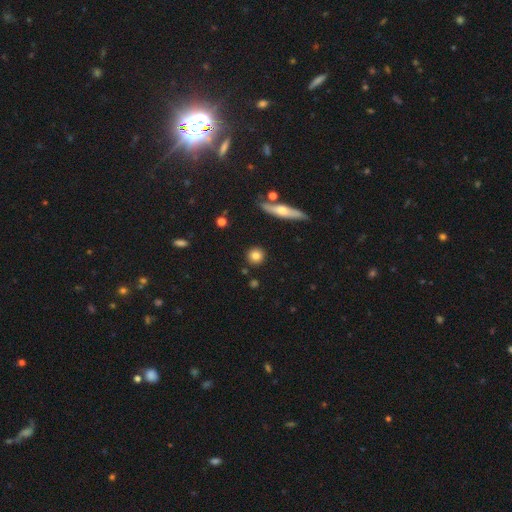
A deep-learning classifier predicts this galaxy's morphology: smooth-or-featured: smooth: 80% | featured or disk: 11% | star or artifact: 8%
  how-rounded: round: 91% | in between: 7% | cigar-shaped: 2%
  merging: none: 89% | minor disturbance: 6% | merger: 3% | major disturbance: 2%